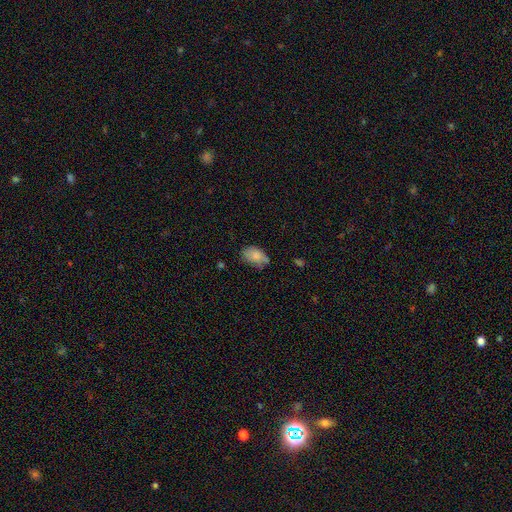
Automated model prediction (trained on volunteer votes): smooth 80%, featured or disk 11%, star or artifact 8%. Down the decision tree: how rounded — in between (87%); merging — none (54%).